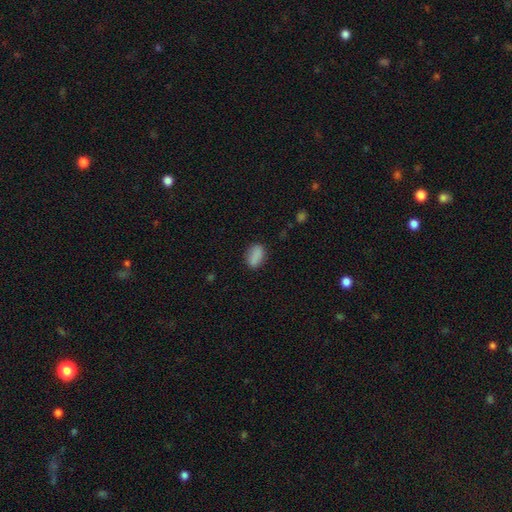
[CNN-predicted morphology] Q: Smooth or featured?
A: smooth (85%); runner-up: star or artifact (9%)
Q: How rounded?
A: in between (87%); runner-up: round (9%)
Q: Merging?
A: none (78%); runner-up: minor disturbance (15%)